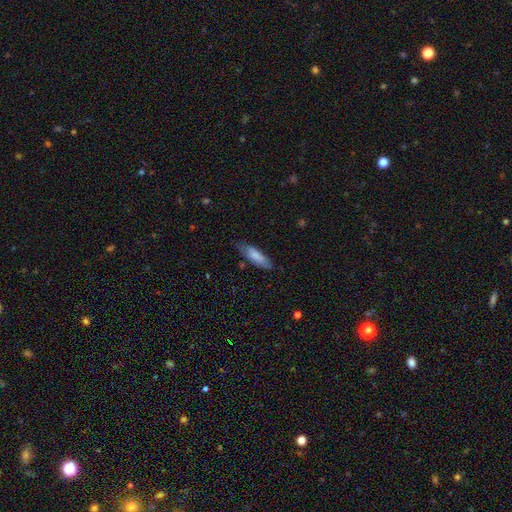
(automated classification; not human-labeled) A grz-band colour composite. It shows a smooth galaxy with no disk features (79%) that is cigar-shaped (50%). Merging: none (66%).